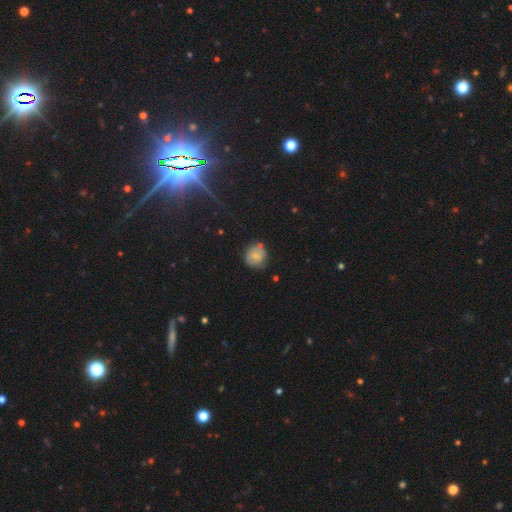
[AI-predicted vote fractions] This appears to be a smooth galaxy with no disk features (67%) that is round (82%). Merging: none (69%).